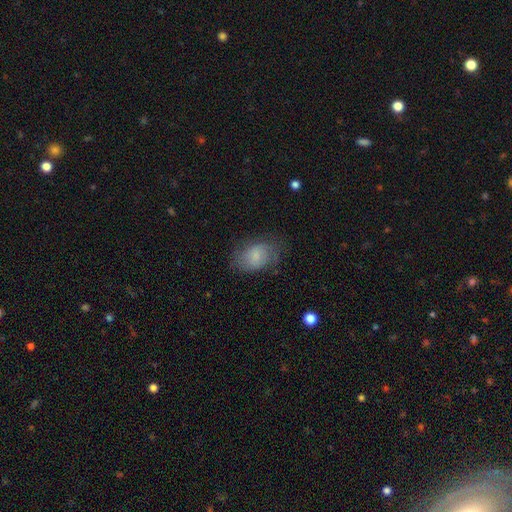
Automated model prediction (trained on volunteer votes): Smooth or featured? smooth (72%)
How rounded? in between (84%)
Merging? none (67%)